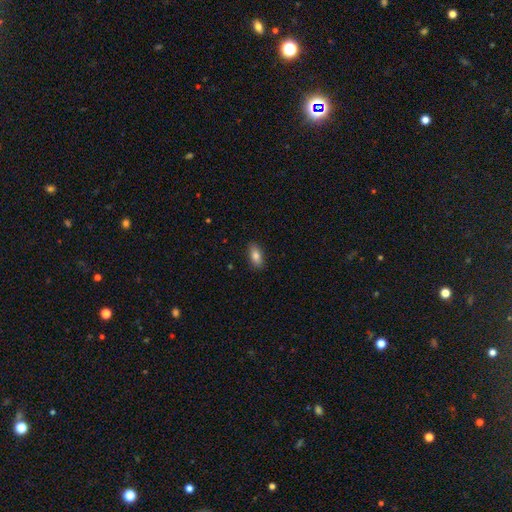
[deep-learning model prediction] smooth_or_featured: smooth (p=0.85) [alt: featured or disk p=0.08]
how_rounded: in between (p=0.89) [alt: cigar-shaped p=0.08]
merging: none (p=0.87) [alt: minor disturbance p=0.10]